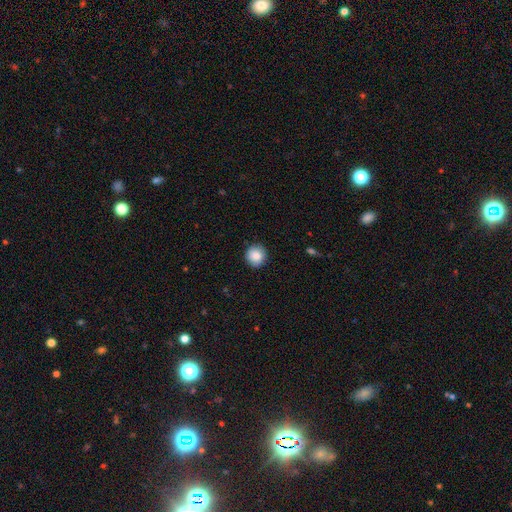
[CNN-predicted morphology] smooth-or-featured: smooth: 86% | star or artifact: 8% | featured or disk: 5%
  how-rounded: round: 92% | in between: 7% | cigar-shaped: 1%
  merging: none: 89% | minor disturbance: 8% | major disturbance: 2% | merger: 1%